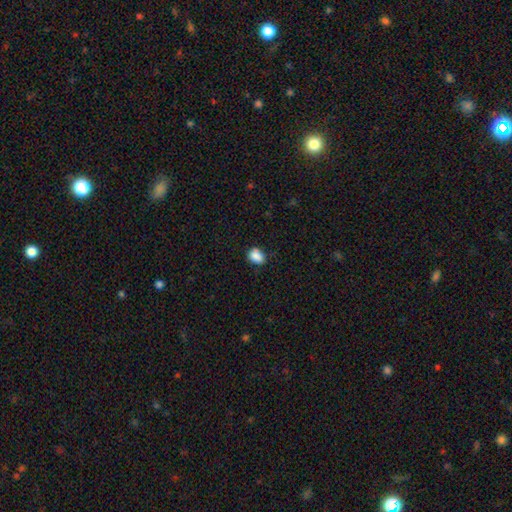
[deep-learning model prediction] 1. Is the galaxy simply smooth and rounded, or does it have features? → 86% smooth, 9% star or artifact, 5% featured or disk.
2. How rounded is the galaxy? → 65% in between, 34% round, 1% cigar-shaped.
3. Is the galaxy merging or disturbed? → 70% none, 22% minor disturbance, 4% major disturbance, 3% merger.